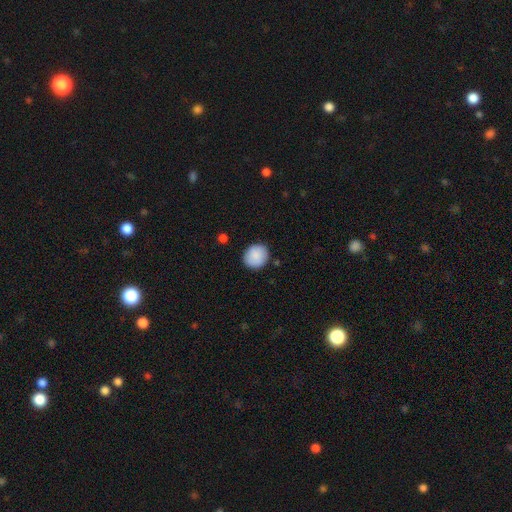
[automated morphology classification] Smooth or featured?
  - smooth: 88% *
  - star or artifact: 7%
  - featured or disk: 5%
How rounded?
  - round: 82% *
  - in between: 17%
  - cigar-shaped: 1%
Merging?
  - none: 86% *
  - minor disturbance: 10%
  - major disturbance: 2%
  - merger: 2%